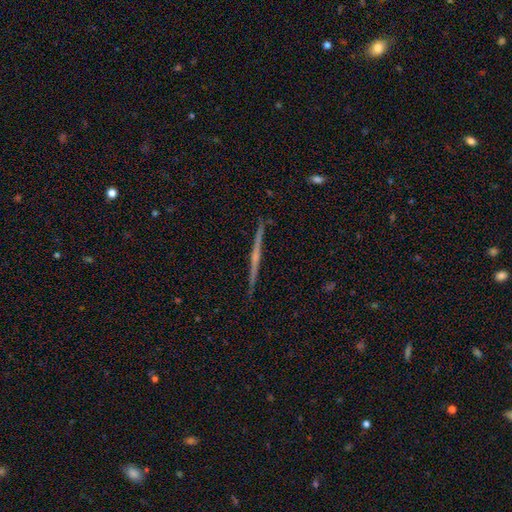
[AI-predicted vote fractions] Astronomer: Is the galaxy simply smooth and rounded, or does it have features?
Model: featured or disk — 78%.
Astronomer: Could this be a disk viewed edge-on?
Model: yes — 98%.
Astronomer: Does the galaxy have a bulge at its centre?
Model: rounded — 52% (runner-up: none, 39%).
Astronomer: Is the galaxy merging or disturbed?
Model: none — 92%.